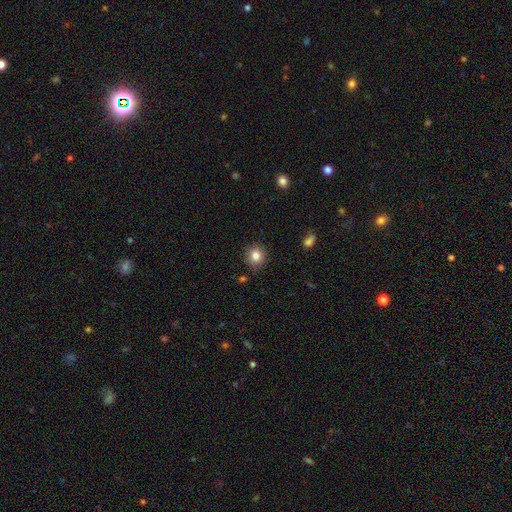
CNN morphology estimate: Smooth or featured? smooth (83%)
How rounded? round (86%)
Merging? none (88%)